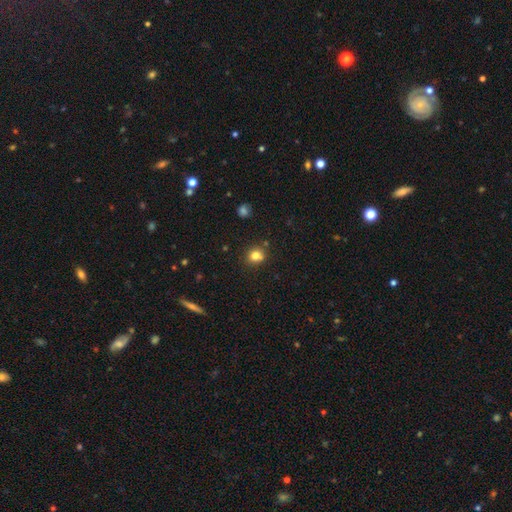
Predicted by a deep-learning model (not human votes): Morphology: type=smooth (80%); roundness=round (79%); merging=none (77%).